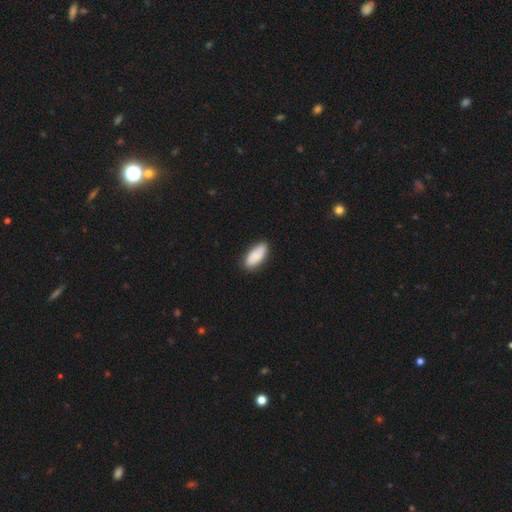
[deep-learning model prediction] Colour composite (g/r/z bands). It shows a smooth galaxy with no disk features (83%) that is in between round and cigar-shaped (89%). Merging: none (82%).